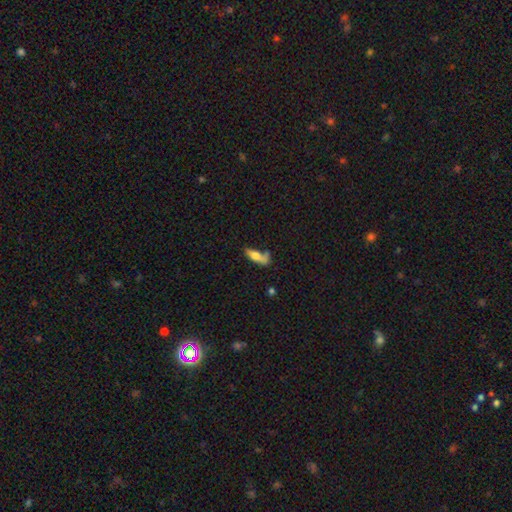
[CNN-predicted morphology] smooth 64%, featured or disk 27%, star or artifact 9%. Down the decision tree: how rounded — in between (58%); merging — none (36%).